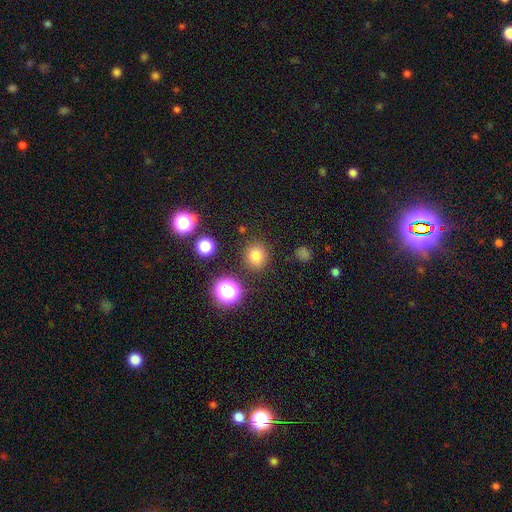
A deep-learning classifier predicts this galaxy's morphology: Overall: smooth (78%). How rounded: round (85%). Merging: none (86%).